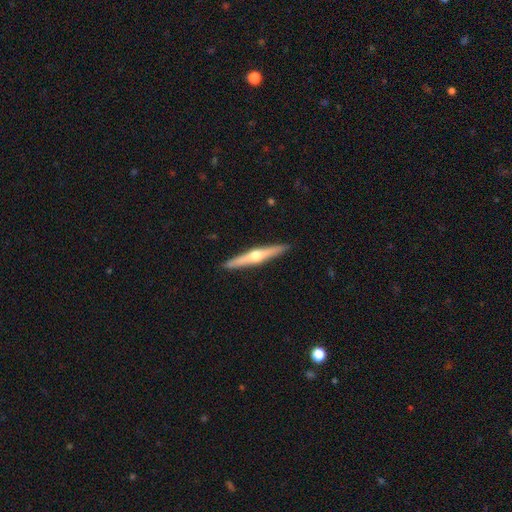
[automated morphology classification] smooth-or-featured: featured or disk: 71% | smooth: 24% | star or artifact: 5%
  disk-edge-on: yes: 97% | no: 3%
    edge-on-bulge: rounded: 94% | none: 4% | boxy: 2%
  merging: none: 92% | minor disturbance: 6% | major disturbance: 1% | merger: 1%